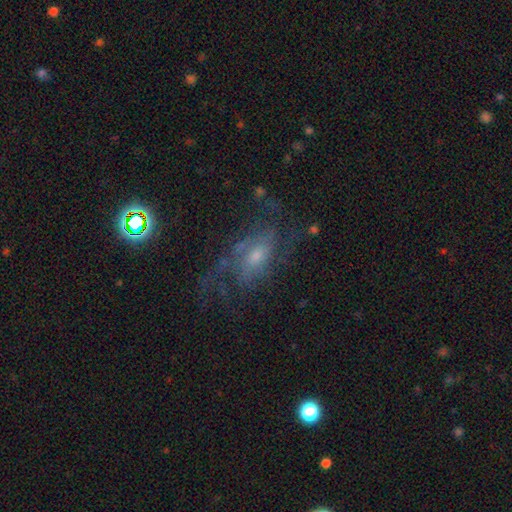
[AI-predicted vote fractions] smooth-or-featured: featured or disk: 73% | smooth: 15% | star or artifact: 12%
  disk-edge-on: no: 93% | yes: 7%
    bar: no: 58% | weak: 35% | strong: 7%
    has-spiral-arms: yes: 85% | no: 15%
      spiral-winding: medium: 45% | loose: 29% | tight: 26%
      spiral-arm-count: can't tell: 36% | 2: 30% | 3: 15% | 4: 7% | 1: 7% | more than 4: 5%
    bulge-size: small: 48% | moderate: 41% | none: 6% | large: 4% | dominant: 1%
  merging: none: 57% | major disturbance: 22% | minor disturbance: 19% | merger: 2%